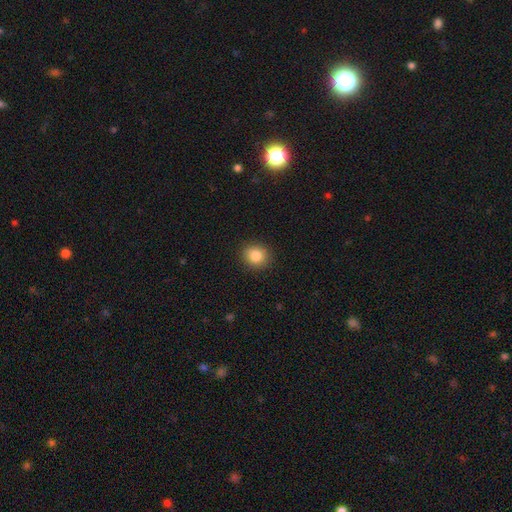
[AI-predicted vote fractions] Overall: smooth (84%). How rounded: round (76%). Merging: none (90%).